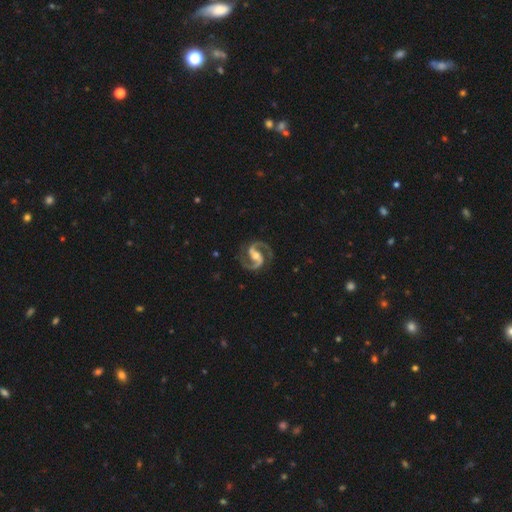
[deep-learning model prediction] Morphology: type=featured or disk (95%); edge-on=no (98%); bar=weak (42%); spiral arms=yes (99%); winding=medium (71%); arm count=2 (95%); bulge=moderate (57%); merging=none (85%).